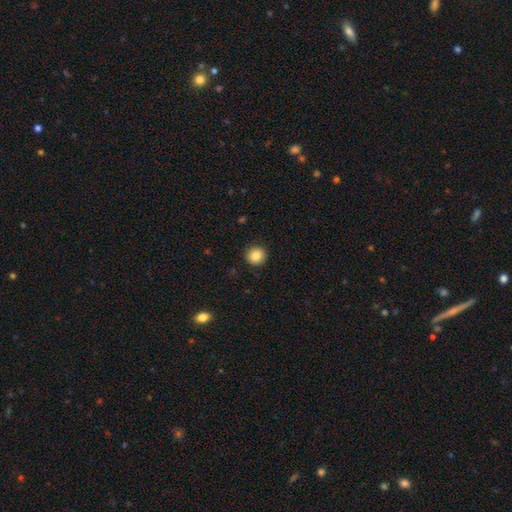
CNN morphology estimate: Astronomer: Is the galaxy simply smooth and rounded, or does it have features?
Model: smooth — 84%.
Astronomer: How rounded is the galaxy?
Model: round — 91%.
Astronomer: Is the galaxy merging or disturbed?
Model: none — 91%.